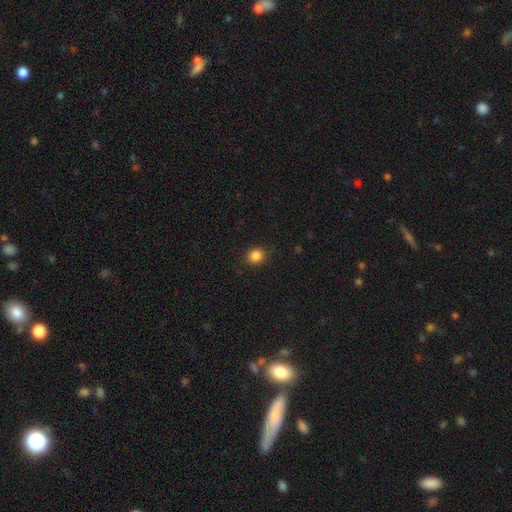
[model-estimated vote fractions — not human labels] Smooth or featured?
  - smooth: 85% *
  - star or artifact: 11%
  - featured or disk: 4%
How rounded?
  - round: 77% *
  - in between: 22%
  - cigar-shaped: 1%
Merging?
  - none: 88% *
  - minor disturbance: 9%
  - major disturbance: 2%
  - merger: 1%